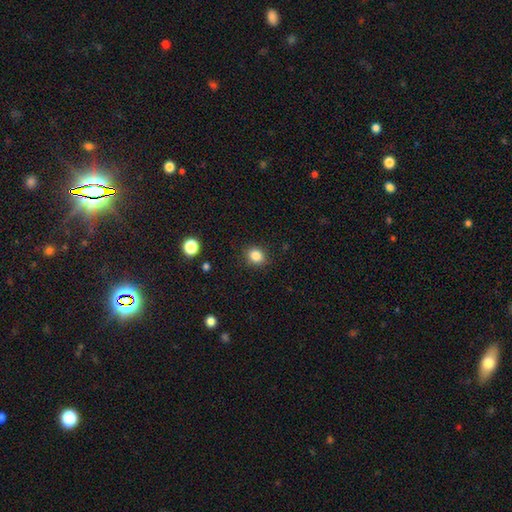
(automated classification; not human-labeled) smooth 85%, star or artifact 11%, featured or disk 5%. Down the decision tree: how rounded — round (63%); merging — none (88%).